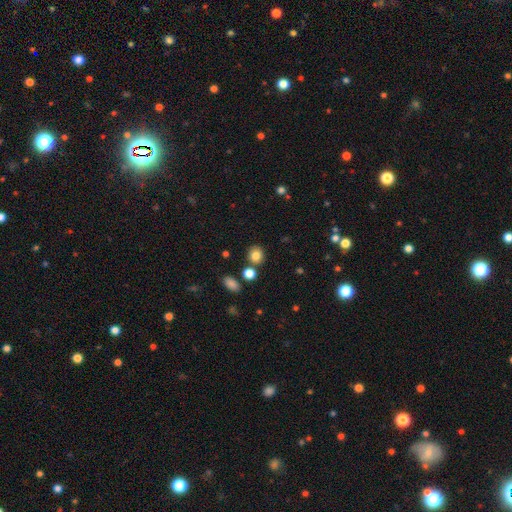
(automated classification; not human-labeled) smooth 83%, star or artifact 11%, featured or disk 6%. Down the decision tree: how rounded — round (82%); merging — none (79%).